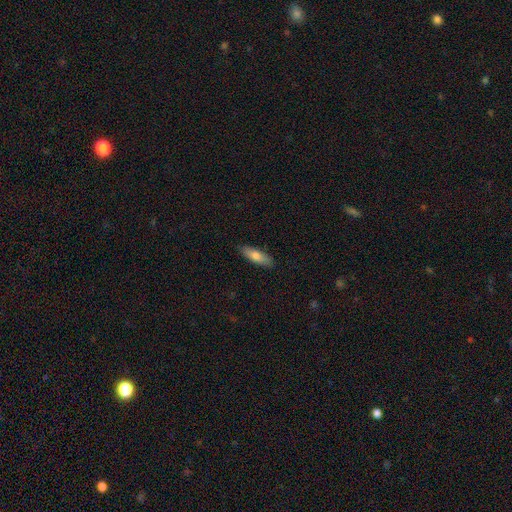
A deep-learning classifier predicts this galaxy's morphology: Q: Smooth or featured?
A: smooth (76%); runner-up: featured or disk (18%)
Q: How rounded?
A: in between (50%); runner-up: cigar-shaped (48%)
Q: Merging?
A: none (88%); runner-up: minor disturbance (9%)